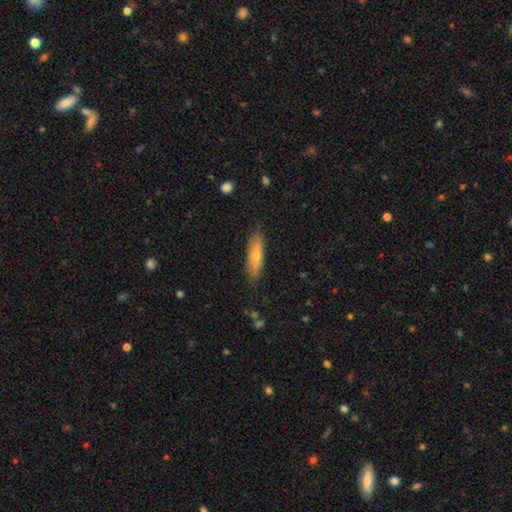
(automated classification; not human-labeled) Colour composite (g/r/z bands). It shows a smooth galaxy with no disk features (60%) that is cigar-shaped (67%). Merging: none (85%).